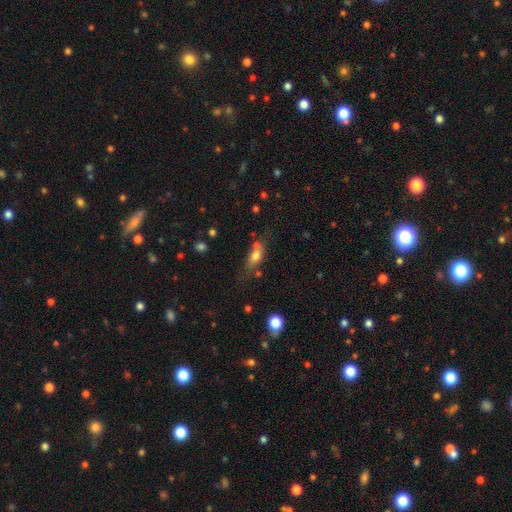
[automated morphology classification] smooth_or_featured: smooth (p=0.72) [alt: featured or disk p=0.18]
how_rounded: in between (p=0.74) [alt: cigar-shaped p=0.16]
merging: none (p=0.52) [alt: merger p=0.20]